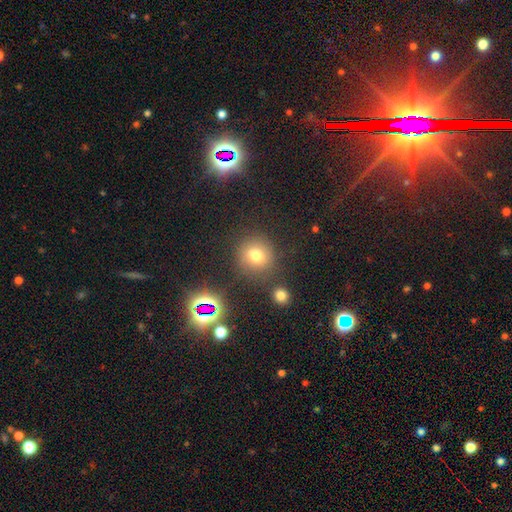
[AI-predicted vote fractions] A smooth galaxy with no disk features (71%) that is round (82%). Merging: none (77%).